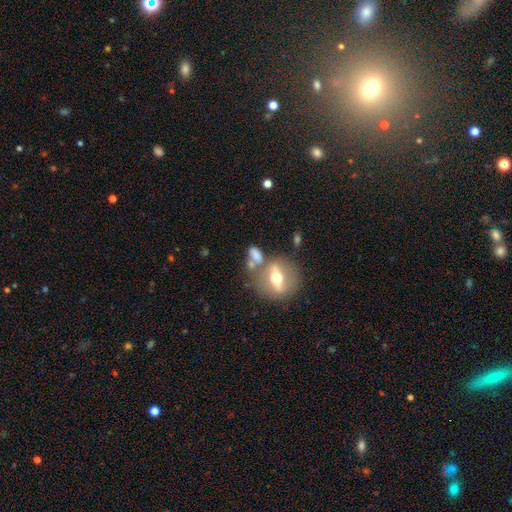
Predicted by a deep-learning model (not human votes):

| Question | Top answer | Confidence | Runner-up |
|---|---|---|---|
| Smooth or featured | smooth | 52% | featured or disk (38%) |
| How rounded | in between | 61% | round (22%) |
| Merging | none | 51% | merger (27%) |